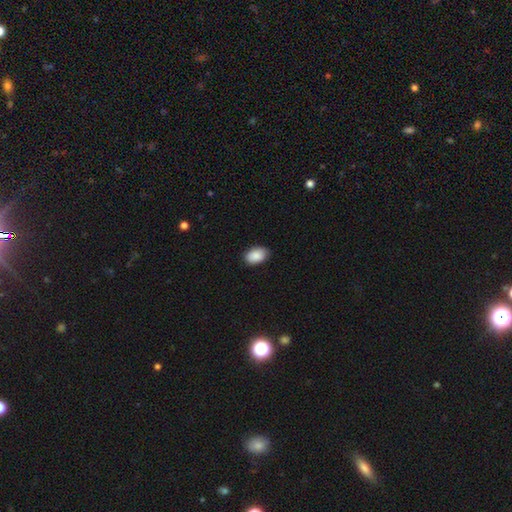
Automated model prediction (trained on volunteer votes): Smooth or featured?
  - smooth: 89% *
  - star or artifact: 7%
  - featured or disk: 4%
How rounded?
  - in between: 90% *
  - round: 9%
  - cigar-shaped: 1%
Merging?
  - none: 84% *
  - minor disturbance: 13%
  - major disturbance: 2%
  - merger: 1%